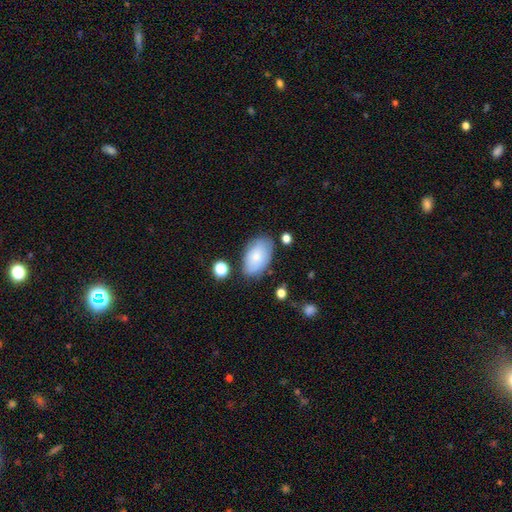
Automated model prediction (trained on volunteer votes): Smooth or featured?
  - smooth: 77% *
  - featured or disk: 16%
  - star or artifact: 7%
How rounded?
  - in between: 93% *
  - round: 5%
  - cigar-shaped: 1%
Merging?
  - none: 75% *
  - minor disturbance: 17%
  - major disturbance: 4%
  - merger: 4%